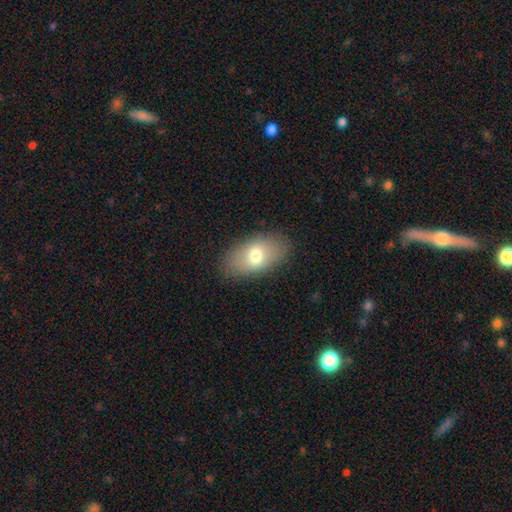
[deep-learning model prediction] Smooth or featured? smooth (72%)
How rounded? in between (91%)
Merging? none (85%)